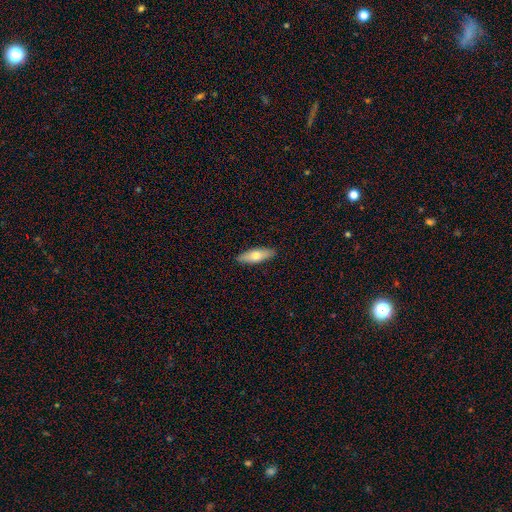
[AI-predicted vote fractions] A smooth galaxy with no disk features (65%) that is in between round and cigar-shaped (60%).

Vote fractions:
- Smooth or featured? smooth: 65% / featured or disk: 30% / star or artifact: 6%
- How rounded? in between: 60% / cigar-shaped: 38% / round: 2%
- Merging? none: 90% / minor disturbance: 8% / major disturbance: 2% / merger: 1%